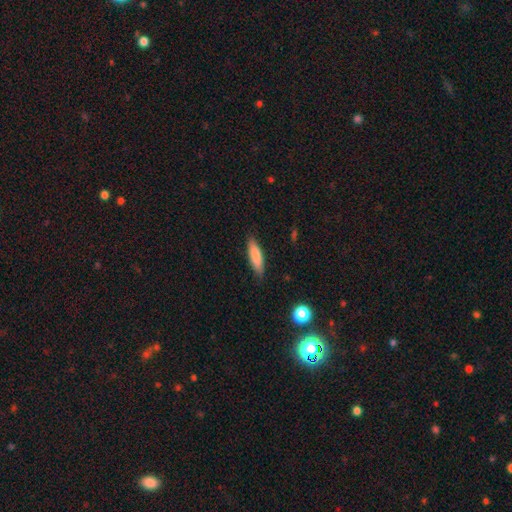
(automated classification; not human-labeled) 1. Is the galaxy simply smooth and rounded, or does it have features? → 83% smooth, 10% featured or disk, 6% star or artifact.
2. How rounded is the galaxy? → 62% cigar-shaped, 37% in between, 2% round.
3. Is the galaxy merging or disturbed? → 84% none, 13% minor disturbance, 2% major disturbance, 1% merger.